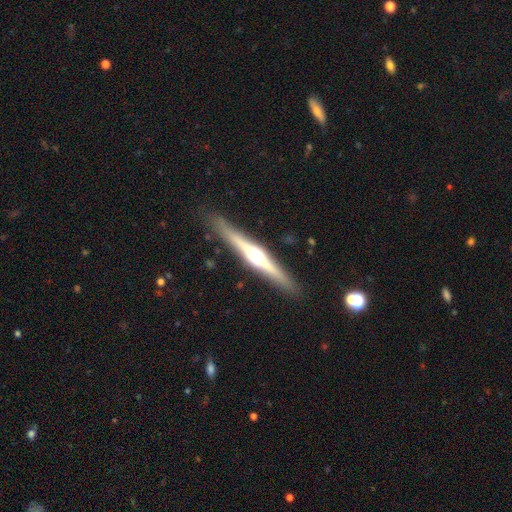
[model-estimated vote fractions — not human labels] Smooth or featured?
  - featured or disk: 74% *
  - smooth: 21%
  - star or artifact: 5%
Edge-on disk?
  - yes: 98% *
  - no: 2%
Edge-on bulge?
  - rounded: 90% *
  - boxy: 5%
  - none: 4%
Merging?
  - none: 88% *
  - minor disturbance: 9%
  - major disturbance: 2%
  - merger: 1%